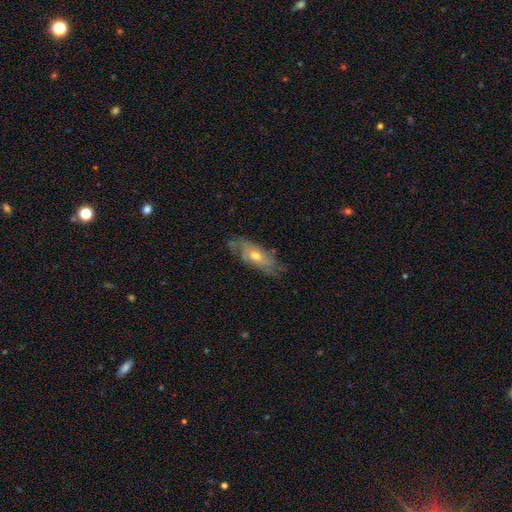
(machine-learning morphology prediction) The model was most divided on "smooth or featured": featured or disk: 64%, smooth: 28%, star or artifact: 8%. More confident: edge-on disk — no (78%); spiral arms — yes (74%); bar — no (74%); merging — none (69%); bulge size — moderate (67%).